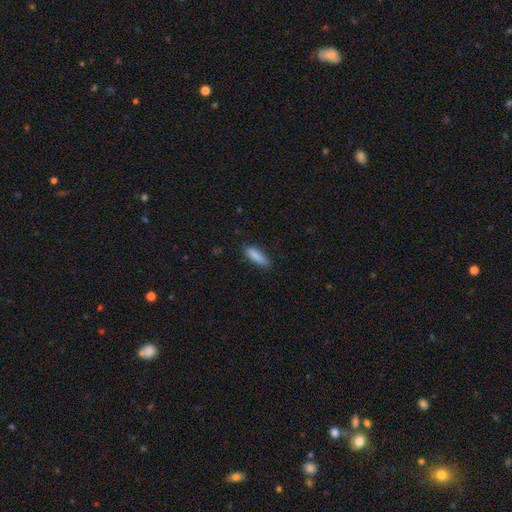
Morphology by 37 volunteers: type=smooth (86%); roundness=cigar-shaped (75%); merging=none (72%).